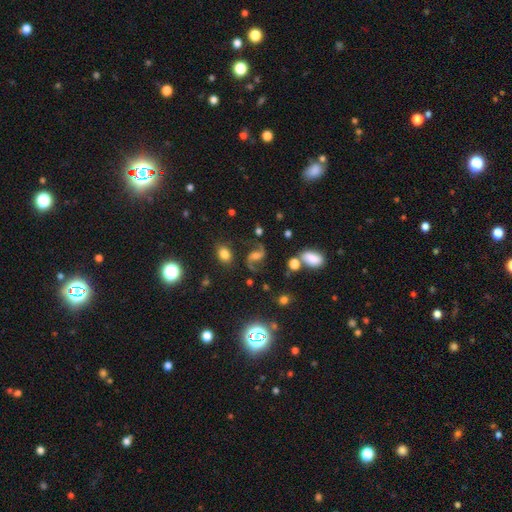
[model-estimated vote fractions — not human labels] Smooth or featured? Predicted: featured or disk (p=0.79). Edge-on disk? Predicted: no (p=0.97). Bar? Predicted: no (p=0.43). Spiral arms? Predicted: yes (p=0.96). Spiral winding? Predicted: loose (p=0.69). Spiral arm count? Predicted: 2 (p=0.94). Bulge size? Predicted: moderate (p=0.36). Merging? Predicted: none (p=0.72).